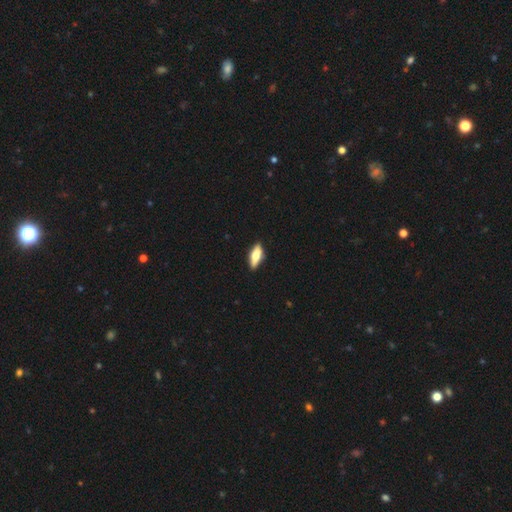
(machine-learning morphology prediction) Smooth or featured?
  - smooth: 57% *
  - featured or disk: 37%
  - star or artifact: 6%
How rounded?
  - in between: 67% *
  - cigar-shaped: 30%
  - round: 3%
Merging?
  - none: 88% *
  - minor disturbance: 9%
  - major disturbance: 2%
  - merger: 1%